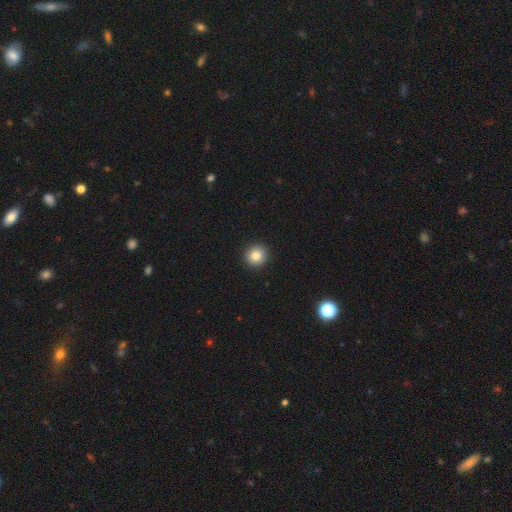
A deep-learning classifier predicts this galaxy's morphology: Q: Smooth or featured?
A: smooth (83%); runner-up: star or artifact (9%)
Q: How rounded?
A: round (93%); runner-up: in between (6%)
Q: Merging?
A: none (93%); runner-up: minor disturbance (4%)